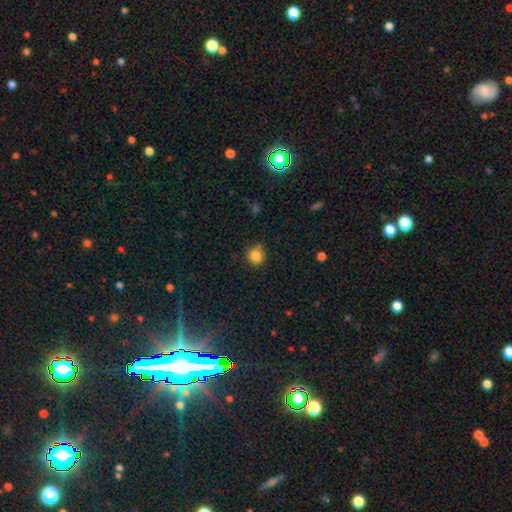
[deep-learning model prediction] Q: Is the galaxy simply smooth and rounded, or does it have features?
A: smooth — 84%.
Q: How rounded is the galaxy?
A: round — 86%.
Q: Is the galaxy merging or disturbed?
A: none — 79%.